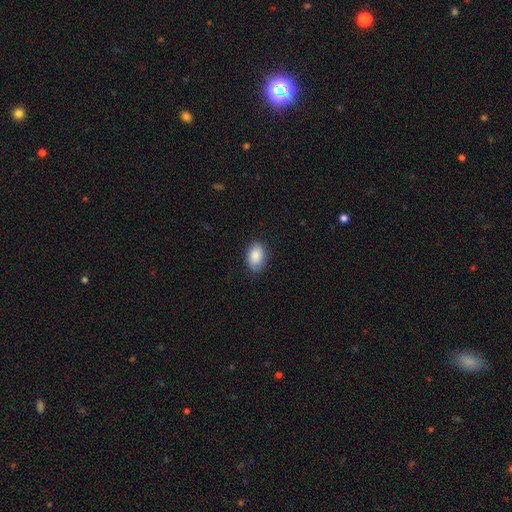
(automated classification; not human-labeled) Smooth or featured: smooth — 86% (featured or disk — 8%)
How rounded: in between — 87% (round — 12%)
Merging: none — 81% (minor disturbance — 15%)